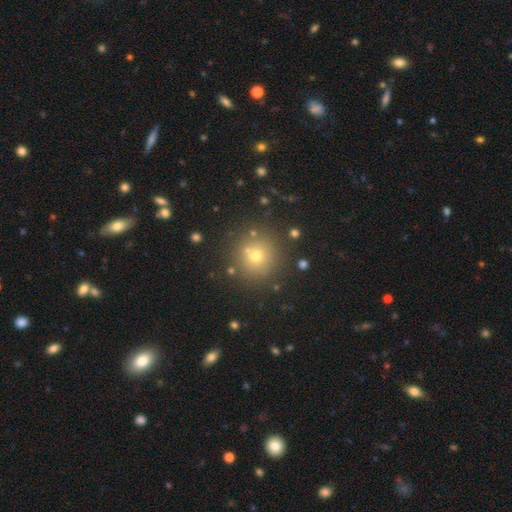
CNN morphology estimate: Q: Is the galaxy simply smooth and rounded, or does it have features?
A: smooth — 67%.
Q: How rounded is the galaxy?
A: round — 93%.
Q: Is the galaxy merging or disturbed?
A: none — 81%.